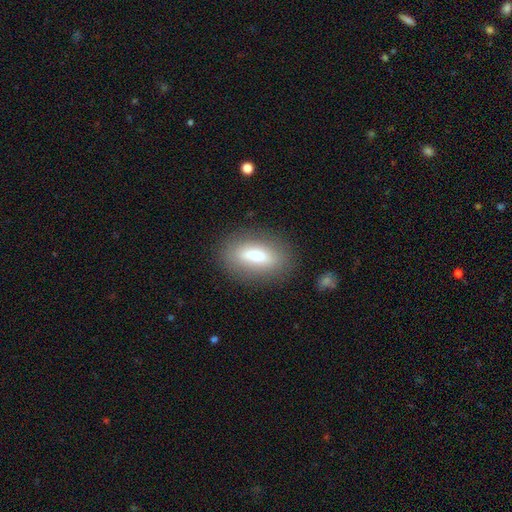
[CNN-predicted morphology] Overall: smooth (65%; featured or disk 26%). How rounded: in between (79%). Merging: none (86%).